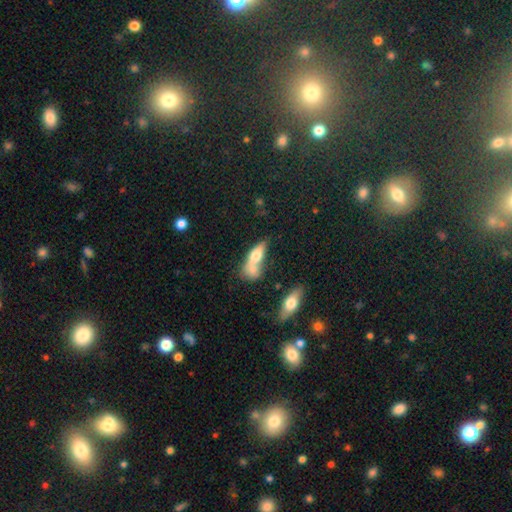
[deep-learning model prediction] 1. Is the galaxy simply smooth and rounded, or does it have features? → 65% smooth, 27% featured or disk, 8% star or artifact.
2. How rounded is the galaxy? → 64% in between, 30% cigar-shaped, 6% round.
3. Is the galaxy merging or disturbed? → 54% merger, 26% none, 12% minor disturbance, 8% major disturbance.